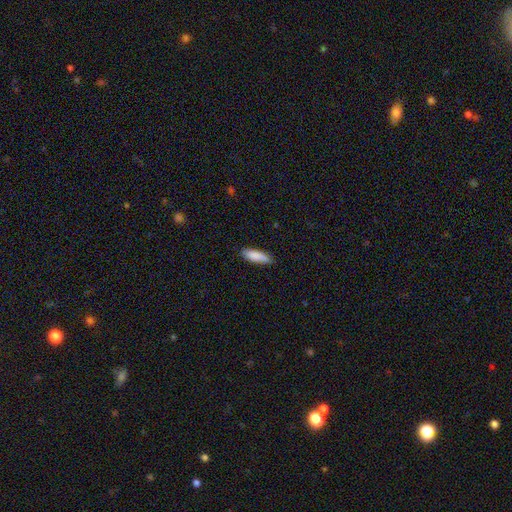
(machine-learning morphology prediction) This is clearly a smooth galaxy (86%). How rounded: possibly cigar-shaped (54%). Merging: clearly none (81%).